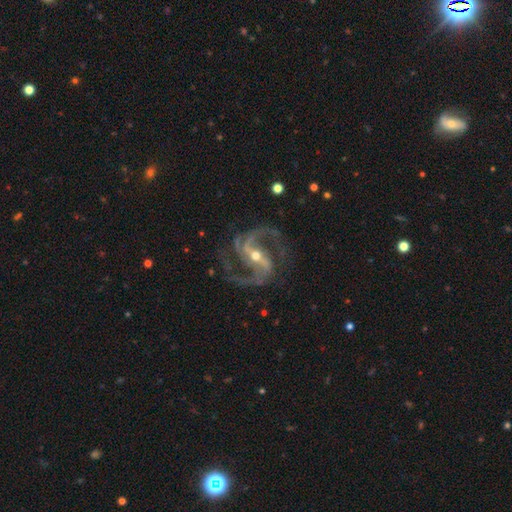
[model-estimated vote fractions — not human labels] Smooth or featured? Predicted: featured or disk (p=0.93). Edge-on disk? Predicted: no (p=0.98). Bar? Predicted: strong (p=0.58). Spiral arms? Predicted: yes (p=0.99). Spiral winding? Predicted: medium (p=0.64). Spiral arm count? Predicted: 2 (p=0.83). Bulge size? Predicted: small (p=0.53). Merging? Predicted: none (p=0.76).